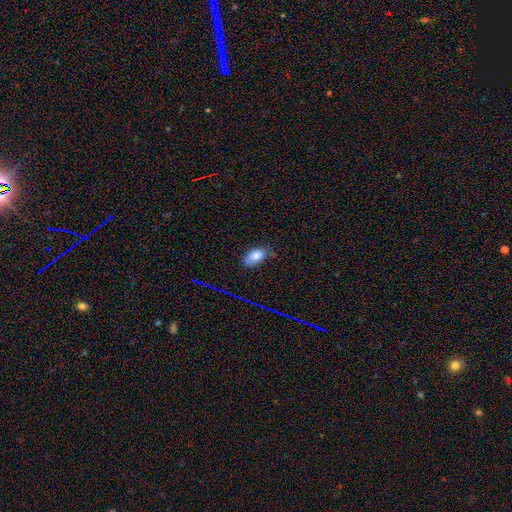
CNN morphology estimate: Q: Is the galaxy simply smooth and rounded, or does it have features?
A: smooth — 79%.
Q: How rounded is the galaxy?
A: in between — 90%.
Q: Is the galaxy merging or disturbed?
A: none — 66%.